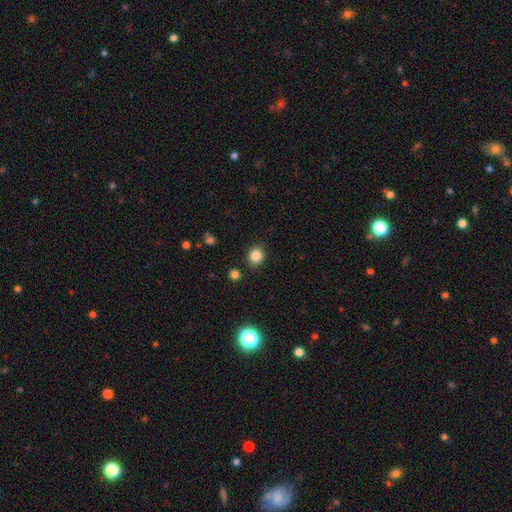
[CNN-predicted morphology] This is clearly a smooth galaxy (84%). How rounded: likely round (68%). Merging: clearly none (87%).